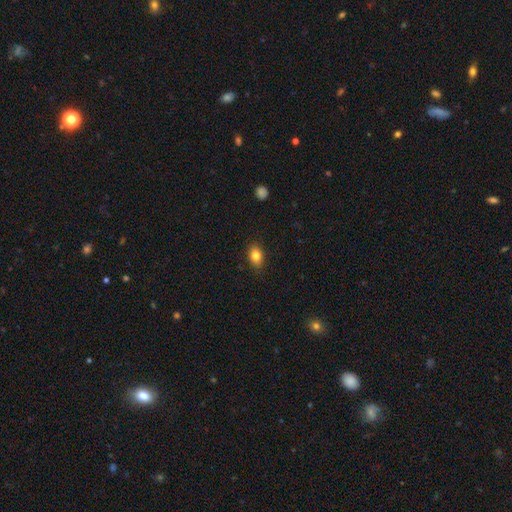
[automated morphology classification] This appears to be a smooth galaxy with no disk features (83%) that is in between round and cigar-shaped (72%). Merging: none (86%).